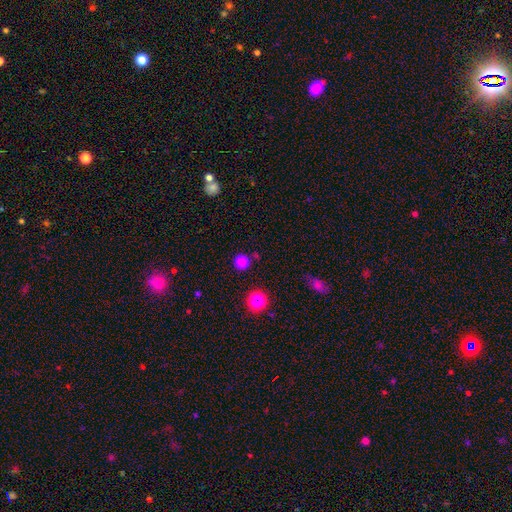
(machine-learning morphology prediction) This appears to be a smooth galaxy with no disk features (79%) that is round (93%). Merging: none (88%).